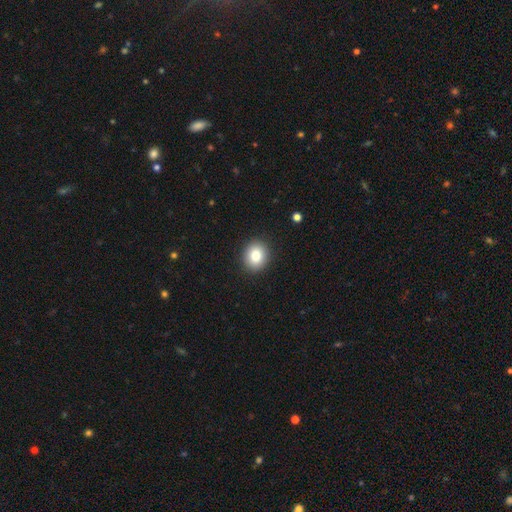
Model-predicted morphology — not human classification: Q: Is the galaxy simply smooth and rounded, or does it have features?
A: smooth — 83%.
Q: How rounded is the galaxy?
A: round — 71%.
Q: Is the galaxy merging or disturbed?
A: none — 91%.